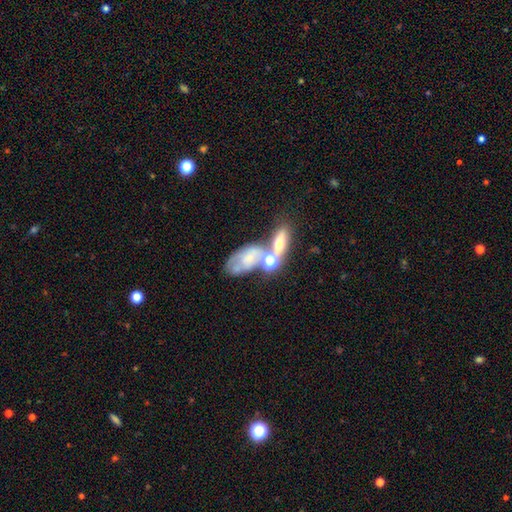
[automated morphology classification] This appears to be a featured or disk galaxy (51%). Merging: merger (50%).